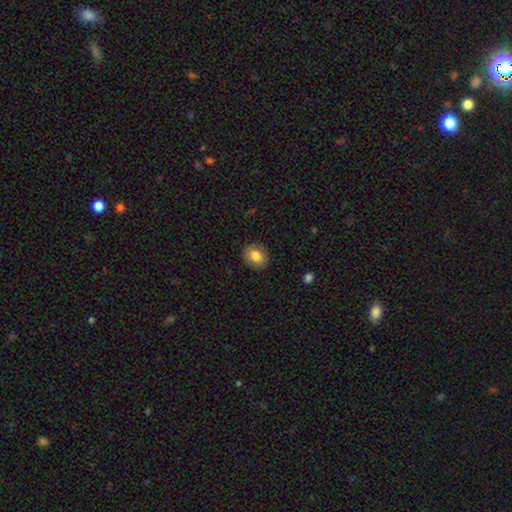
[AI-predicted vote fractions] Smooth or featured: smooth — 80% (featured or disk — 12%)
How rounded: round — 59% (in between — 40%)
Merging: none — 88% (minor disturbance — 9%)